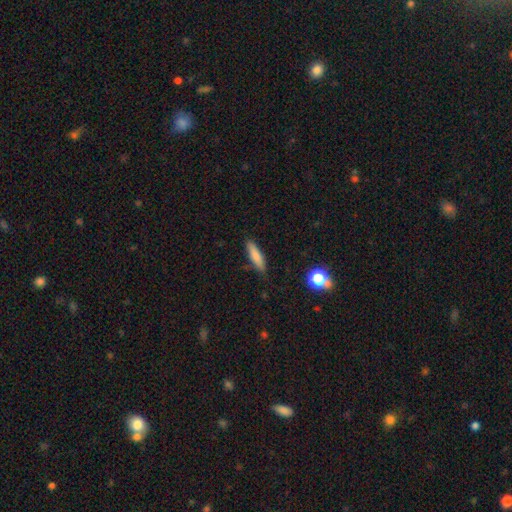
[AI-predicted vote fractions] smooth_or_featured: smooth (p=0.81) [alt: featured or disk p=0.12]
how_rounded: cigar-shaped (p=0.75) [alt: in between p=0.23]
merging: none (p=0.84) [alt: minor disturbance p=0.12]